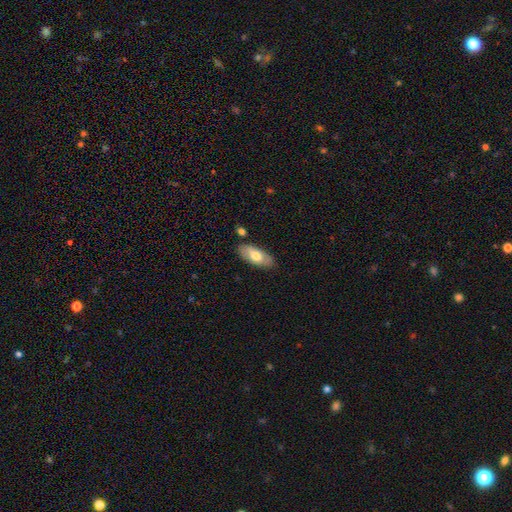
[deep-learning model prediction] Smooth or featured? Predicted: smooth (p=0.67). How rounded? Predicted: in between (p=0.89). Merging? Predicted: none (p=0.82).